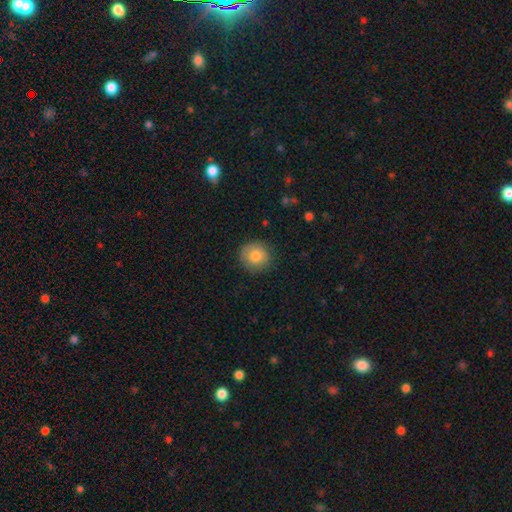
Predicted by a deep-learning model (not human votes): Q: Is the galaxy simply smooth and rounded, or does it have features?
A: smooth — 78%.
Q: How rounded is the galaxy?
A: round — 91%.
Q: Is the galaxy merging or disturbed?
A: none — 82%.